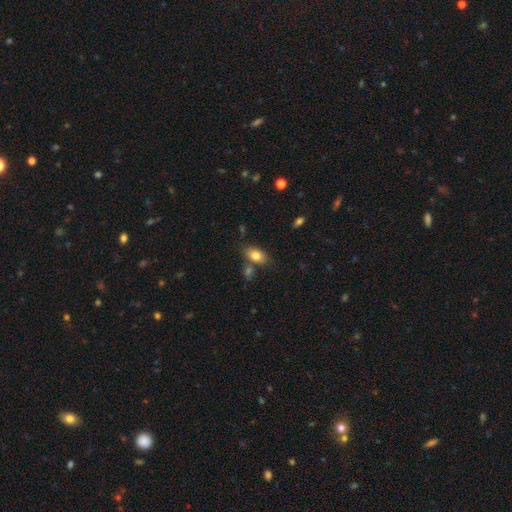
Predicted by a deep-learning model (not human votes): This appears to be a smooth galaxy with no disk features (80%) that is in between round and cigar-shaped (88%). Merging: none (70%).